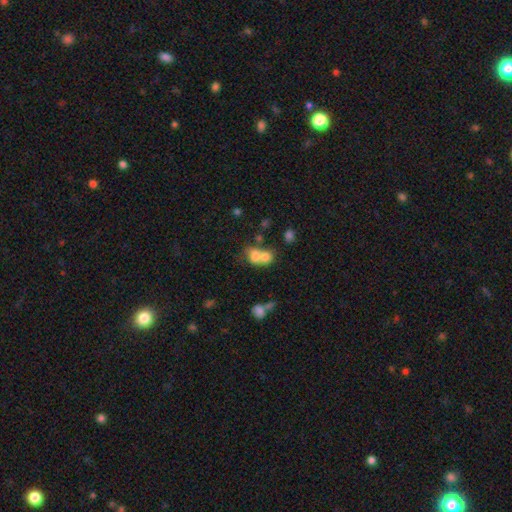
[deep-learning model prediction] Overall: smooth (68%). How rounded: in between (52%; round 46%). Merging: merger (69%).